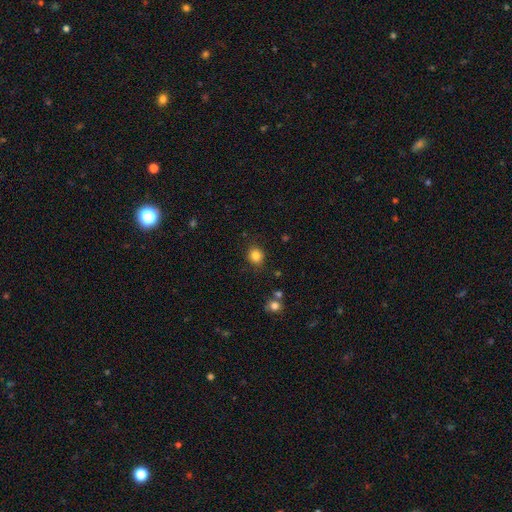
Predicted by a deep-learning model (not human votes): Overall: smooth (84%). How rounded: round (80%). Merging: none (86%).